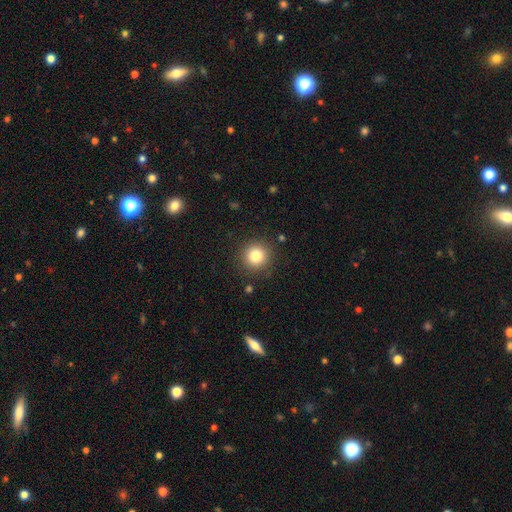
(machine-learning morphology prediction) Q: Smooth or featured?
A: smooth (81%); runner-up: star or artifact (11%)
Q: How rounded?
A: round (94%); runner-up: in between (5%)
Q: Merging?
A: none (89%); runner-up: minor disturbance (7%)